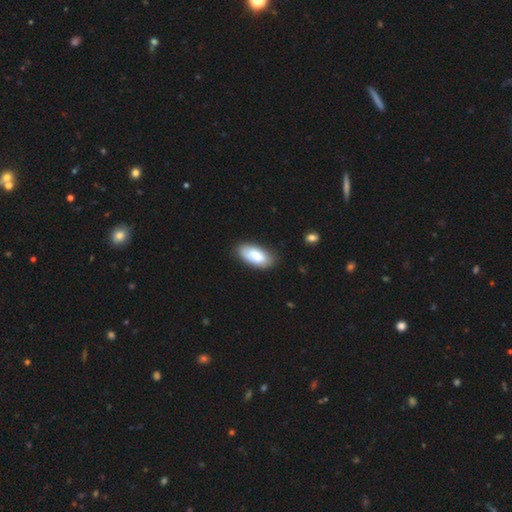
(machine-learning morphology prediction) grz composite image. It shows a smooth galaxy with no disk features (78%) that is in between round and cigar-shaped (90%). Merging: none (74%).